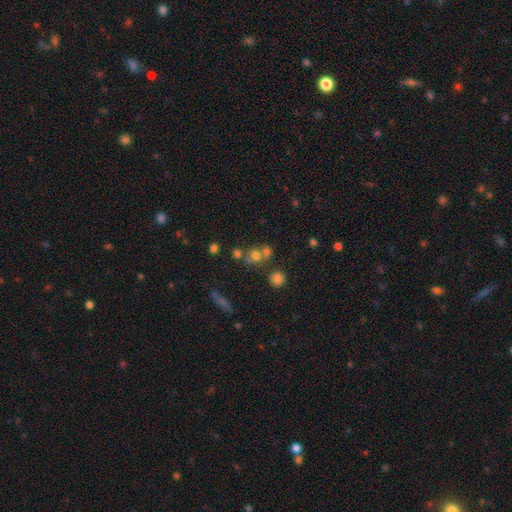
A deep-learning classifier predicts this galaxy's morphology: smooth-or-featured: smooth: 65% | star or artifact: 19% | featured or disk: 16%
  how-rounded: round: 79% | in between: 20% | cigar-shaped: 2%
  merging: none: 46% | merger: 41% | minor disturbance: 9% | major disturbance: 4%